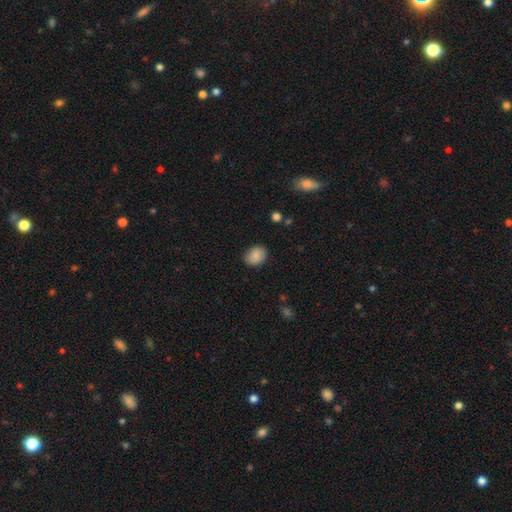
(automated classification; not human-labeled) The model was most divided on "how rounded": in between: 50%, round: 49%, cigar-shaped: 1%. More confident: smooth or featured — smooth (85%); merging — none (81%).